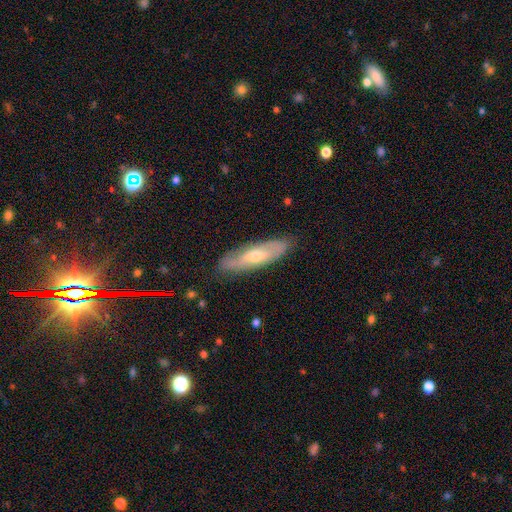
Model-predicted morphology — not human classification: featured or disk 53%, smooth 41%, star or artifact 6%. Down the decision tree: edge-on disk — no (61%); merging — none (83%).